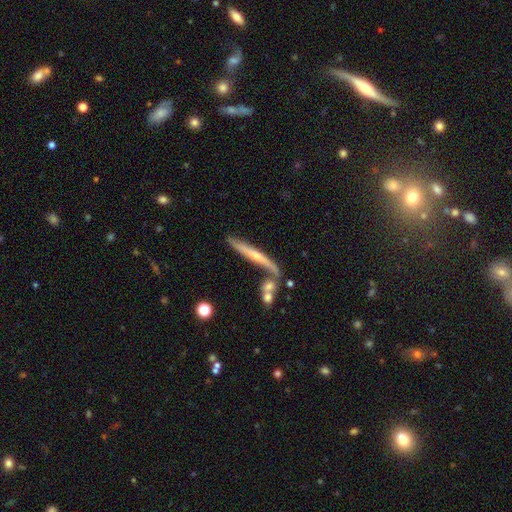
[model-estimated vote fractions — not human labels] The model was most divided on "smooth or featured": featured or disk: 61%, smooth: 32%, star or artifact: 7%. More confident: edge-on disk — yes (92%); edge-on bulge — rounded (61%); merging — none (59%).